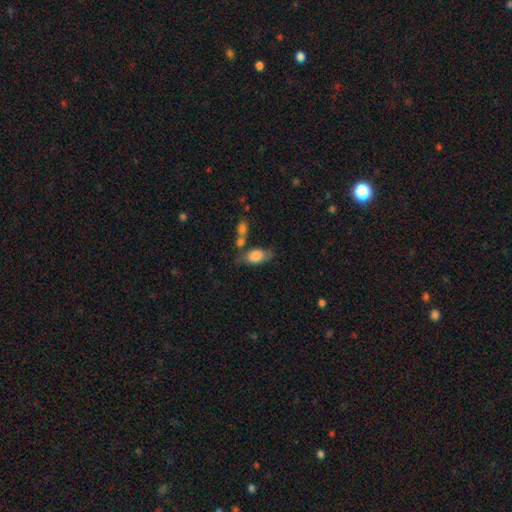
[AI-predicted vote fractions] smooth 78%, featured or disk 15%, star or artifact 7%. Down the decision tree: how rounded — in between (87%); merging — none (48%).